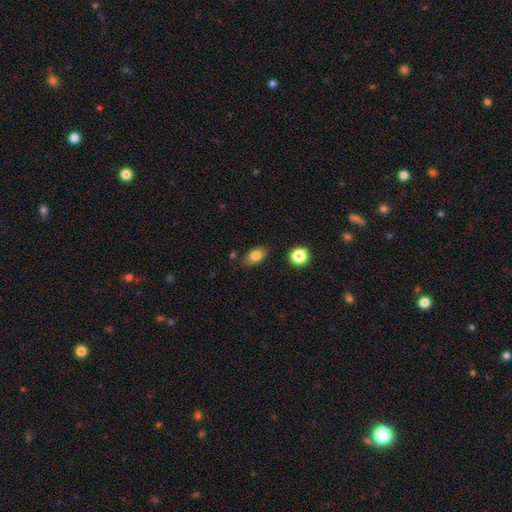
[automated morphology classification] Smooth or featured? Predicted: smooth (p=0.80). How rounded? Predicted: in between (p=0.85). Merging? Predicted: none (p=0.80).